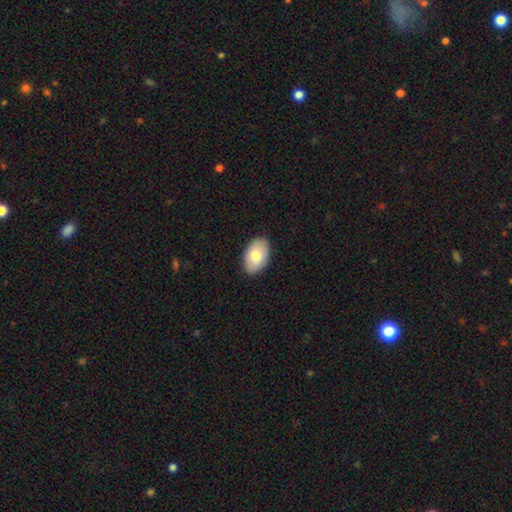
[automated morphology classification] Q: Smooth or featured?
A: smooth (77%); runner-up: featured or disk (17%)
Q: How rounded?
A: in between (93%); runner-up: round (6%)
Q: Merging?
A: none (89%); runner-up: minor disturbance (8%)